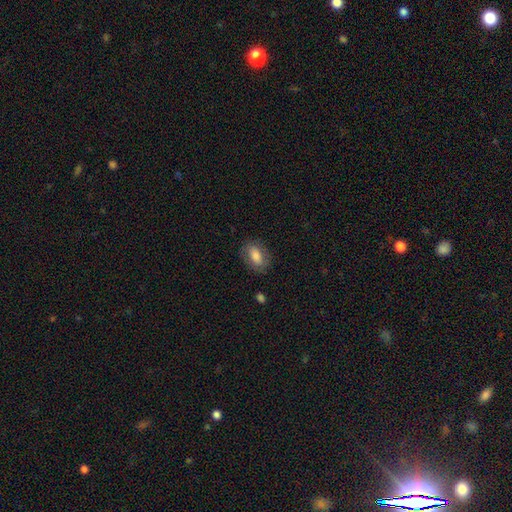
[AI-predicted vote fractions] A smooth galaxy with no disk features (77%) that is in between round and cigar-shaped (87%). Merging: none (80%).